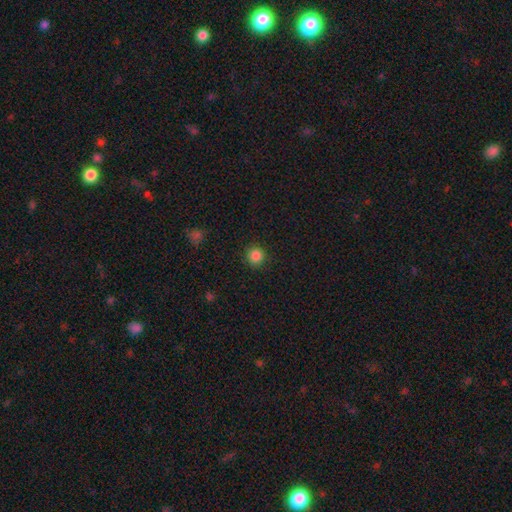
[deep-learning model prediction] Overall: smooth (85%). How rounded: round (93%). Merging: none (91%).